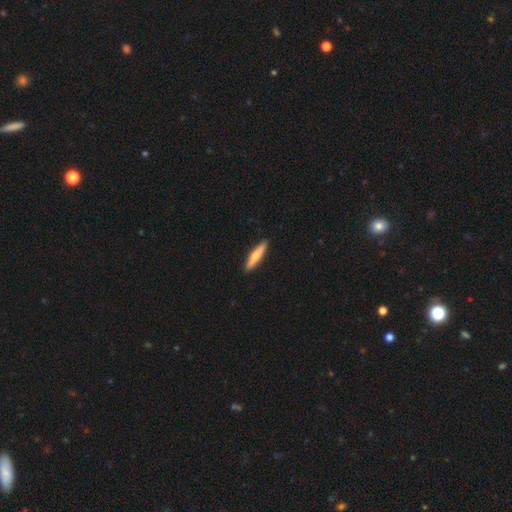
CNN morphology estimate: Smooth or featured?
  - smooth: 59% *
  - featured or disk: 36%
  - star or artifact: 5%
How rounded?
  - cigar-shaped: 87% *
  - in between: 11%
  - round: 1%
Merging?
  - none: 91% *
  - minor disturbance: 7%
  - major disturbance: 1%
  - merger: 1%